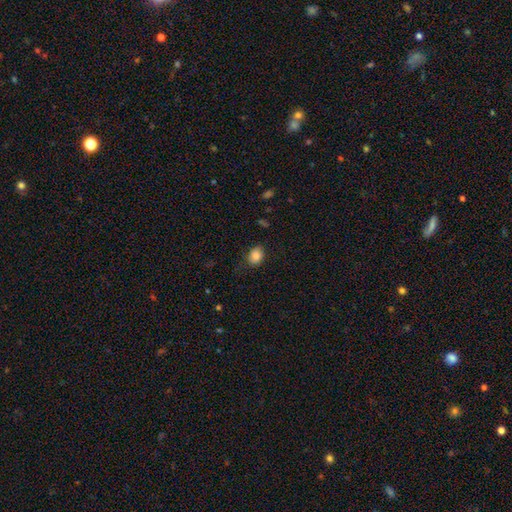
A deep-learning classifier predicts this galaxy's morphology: Smooth or featured: smooth — 85% (star or artifact — 9%)
How rounded: in between — 61% (round — 38%)
Merging: none — 79% (minor disturbance — 16%)